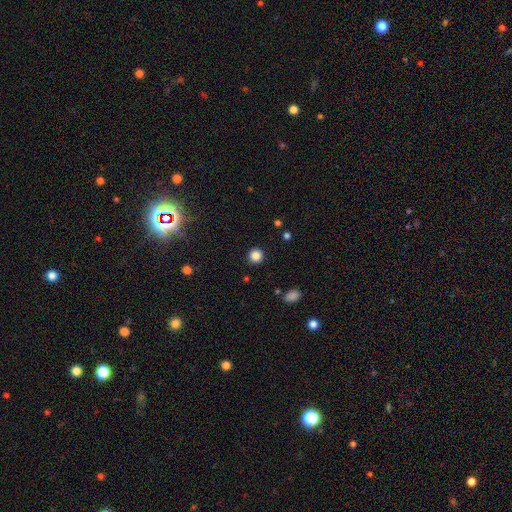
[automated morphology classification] Smooth or featured? Predicted: smooth (p=0.85). How rounded? Predicted: round (p=0.94). Merging? Predicted: none (p=0.92).